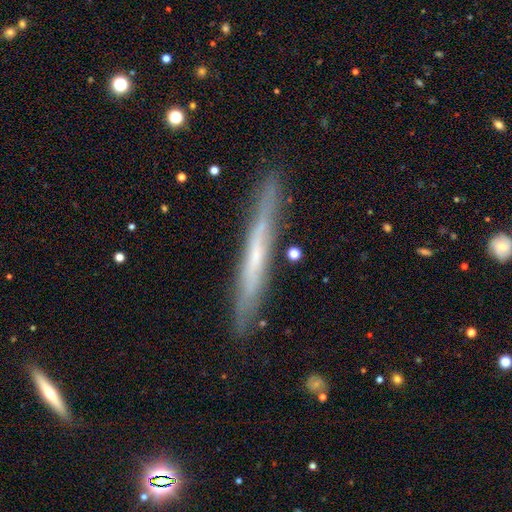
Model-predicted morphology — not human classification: Smooth or featured: featured or disk — 58% (smooth — 35%)
Edge-on disk: yes — 91% (no — 9%)
Edge-on bulge: none — 80% (rounded — 15%)
Merging: none — 86% (minor disturbance — 11%)